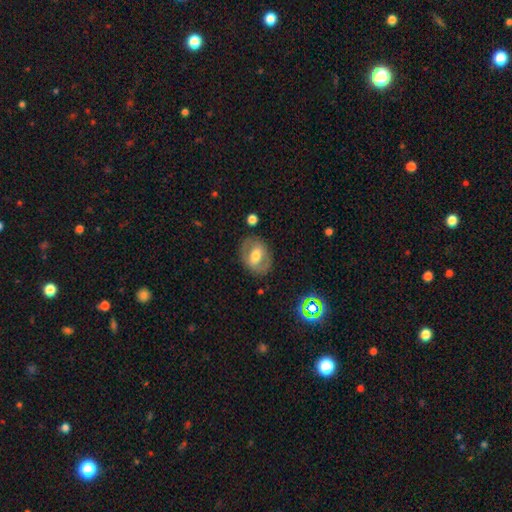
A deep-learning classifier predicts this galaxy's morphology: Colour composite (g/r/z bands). It shows a smooth galaxy with no disk features (49%). Merging: none (79%).